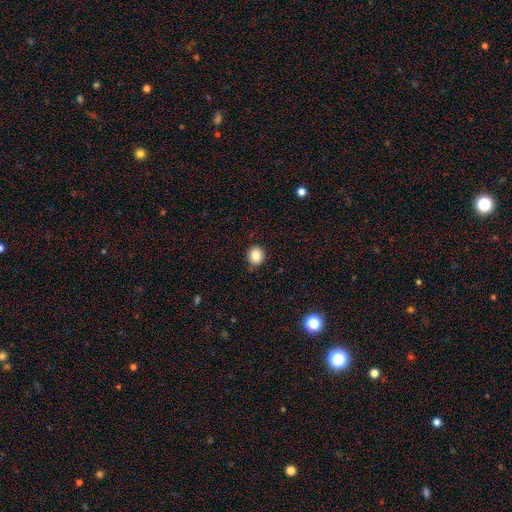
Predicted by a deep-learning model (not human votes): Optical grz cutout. It shows a smooth galaxy with no disk features (84%) that is round (79%). Merging: none (85%).